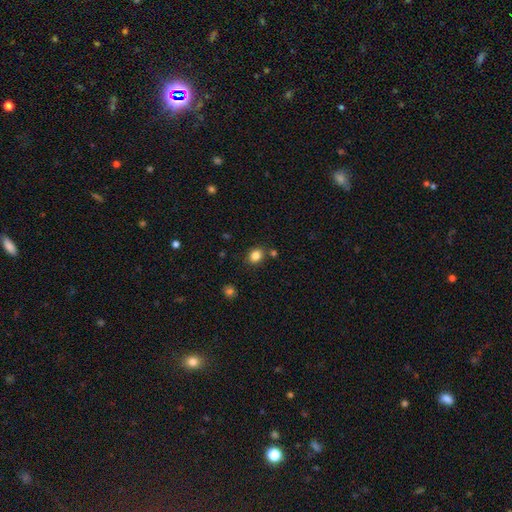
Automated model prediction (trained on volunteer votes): smooth 84%, star or artifact 11%, featured or disk 5%. Down the decision tree: how rounded — round (55%); merging — none (81%).